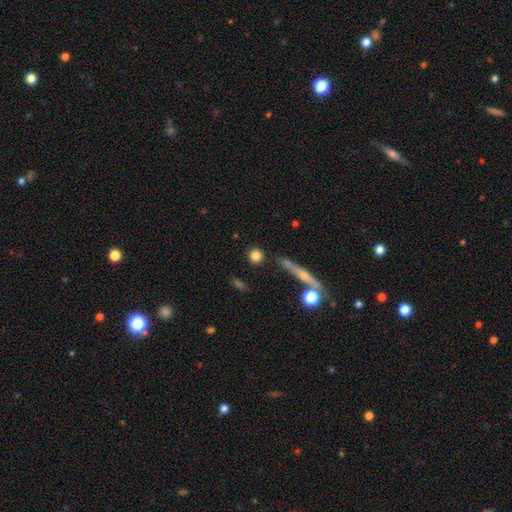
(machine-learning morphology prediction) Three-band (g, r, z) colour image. It shows a smooth galaxy with no disk features (79%) that is round (88%). Merging: none (85%).